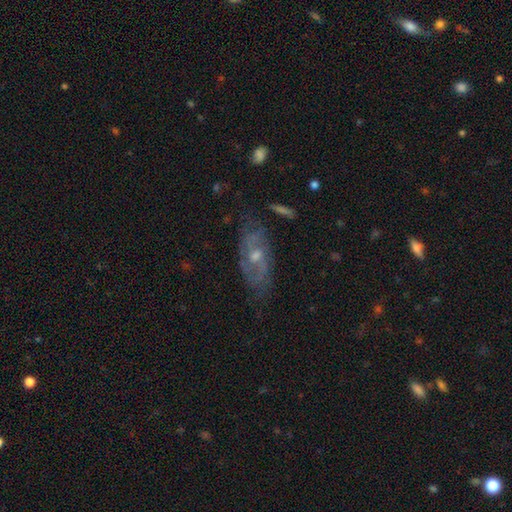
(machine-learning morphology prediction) The model was most divided on "bar": no: 63%, weak: 31%, strong: 6%. More confident: edge-on disk — no (87%); spiral arms — yes (77%); smooth or featured — featured or disk (72%); merging — none (68%); bulge size — moderate (64%).